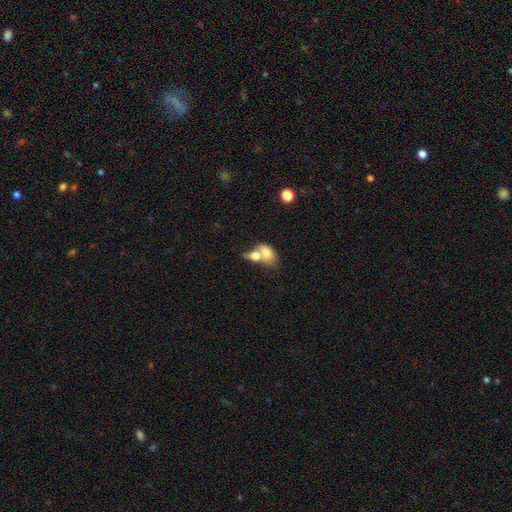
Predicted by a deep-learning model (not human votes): Overall: smooth (71%). How rounded: in between (80%). Merging: merger (72%).